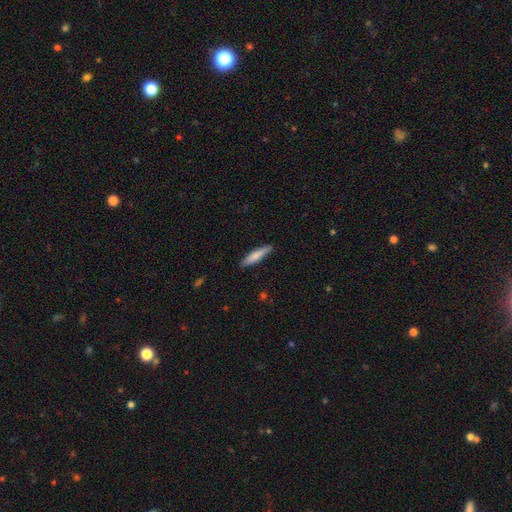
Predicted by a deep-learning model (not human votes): smooth 72%, featured or disk 23%, star or artifact 5%. Down the decision tree: how rounded — cigar-shaped (85%); merging — none (88%).